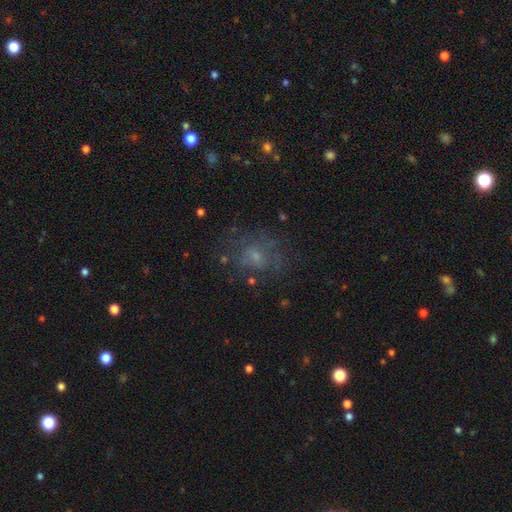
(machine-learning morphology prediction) This is marginally a smooth galaxy (43%). Merging: likely none (61%).